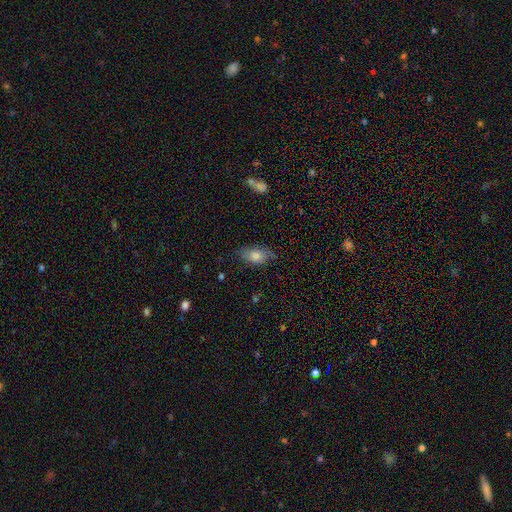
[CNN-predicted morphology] Smooth or featured: smooth — 71% (featured or disk — 20%)
How rounded: in between — 86% (round — 7%)
Merging: none — 70% (minor disturbance — 23%)